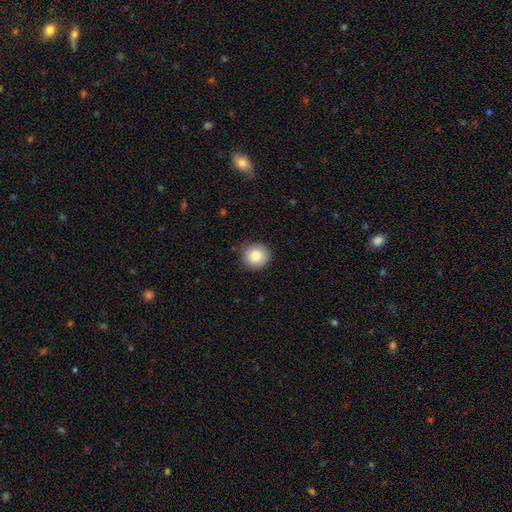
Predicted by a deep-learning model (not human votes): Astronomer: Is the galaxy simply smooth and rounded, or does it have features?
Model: smooth — 83%.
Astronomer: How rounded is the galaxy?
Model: round — 92%.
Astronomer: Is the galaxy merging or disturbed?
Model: none — 87%.